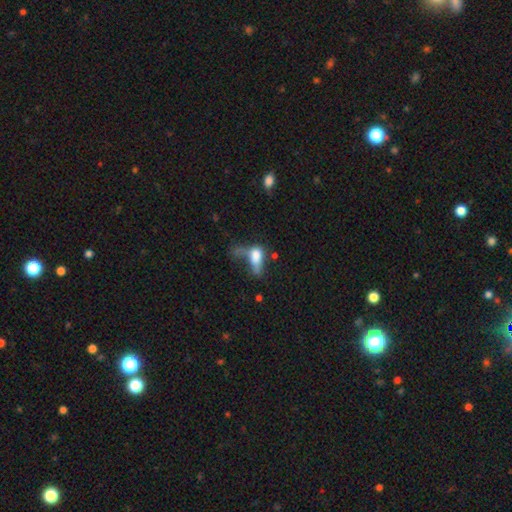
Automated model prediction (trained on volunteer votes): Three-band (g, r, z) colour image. It shows a smooth galaxy with no disk features (61%) that is in between round and cigar-shaped (74%). Merging: major disturbance (53%).